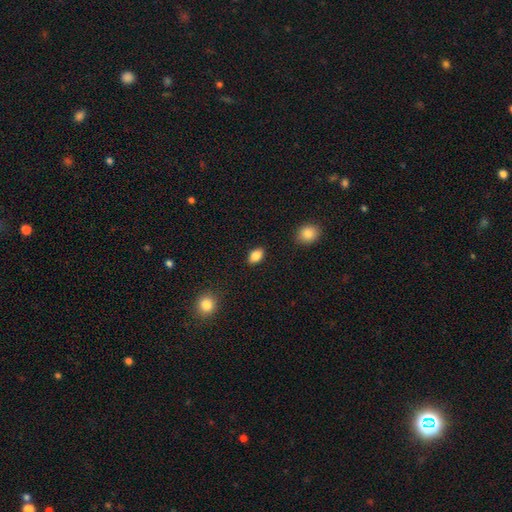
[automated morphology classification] Q: Smooth or featured?
A: smooth (86%); runner-up: star or artifact (9%)
Q: How rounded?
A: in between (86%); runner-up: round (12%)
Q: Merging?
A: none (88%); runner-up: minor disturbance (8%)